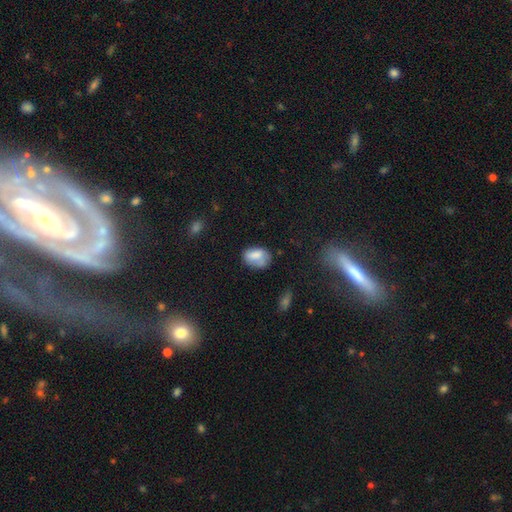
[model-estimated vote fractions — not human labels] This is likely a smooth galaxy (75%). How rounded: clearly in between (82%). Merging: possibly none (52%).